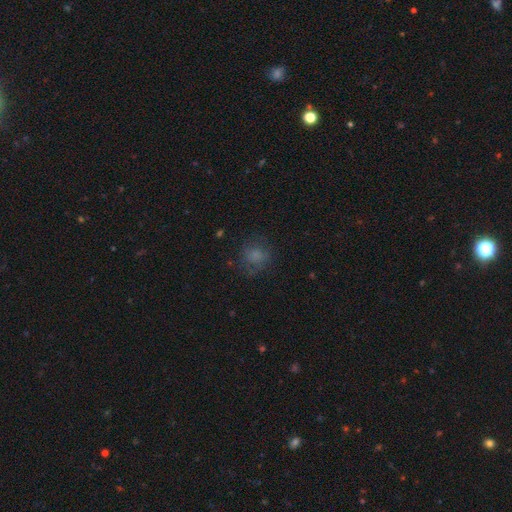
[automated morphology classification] This is likely a smooth galaxy (74%). How rounded: clearly round (81%). Merging: likely none (71%).